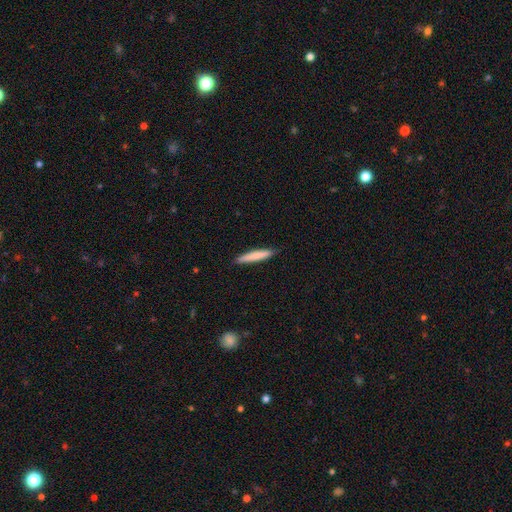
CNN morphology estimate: Q: Smooth or featured?
A: smooth (78%); runner-up: featured or disk (17%)
Q: How rounded?
A: cigar-shaped (93%); runner-up: in between (6%)
Q: Merging?
A: none (88%); runner-up: minor disturbance (10%)